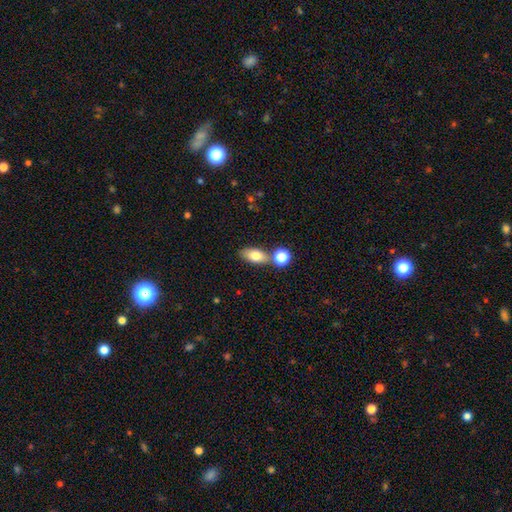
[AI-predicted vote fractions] smooth_or_featured: smooth (p=0.79) [alt: featured or disk p=0.13]
how_rounded: in between (p=0.84) [alt: round p=0.08]
merging: none (p=0.62) [alt: merger p=0.23]